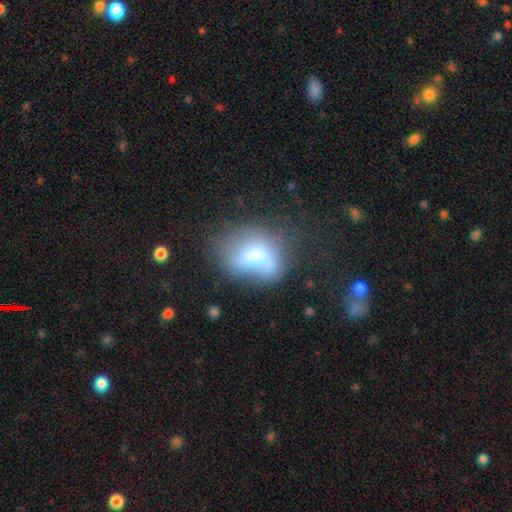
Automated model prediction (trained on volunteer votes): Smooth or featured: smooth — 61% (featured or disk — 28%)
How rounded: in between — 68% (round — 30%)
Merging: none — 28% (major disturbance — 25%)